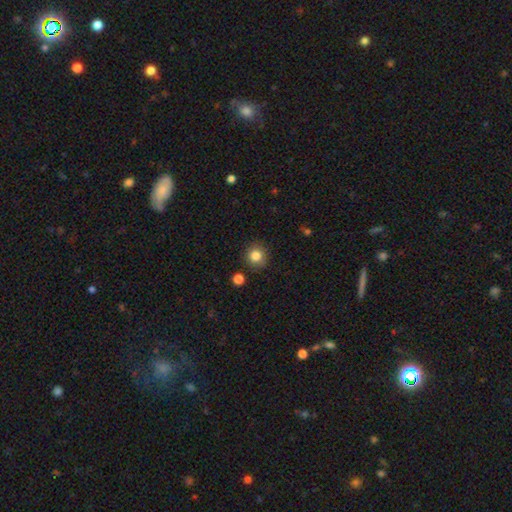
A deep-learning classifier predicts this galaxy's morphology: smooth-or-featured: smooth: 84% | star or artifact: 11% | featured or disk: 6%
  how-rounded: round: 92% | in between: 7% | cigar-shaped: 1%
  merging: none: 88% | minor disturbance: 8% | merger: 2% | major disturbance: 2%